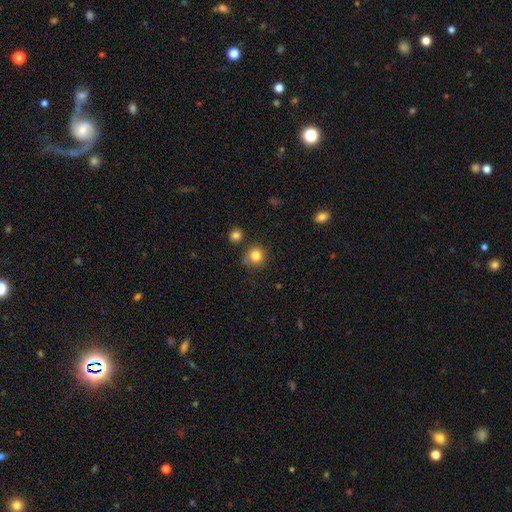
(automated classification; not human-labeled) Smooth or featured? Predicted: smooth (p=0.82). How rounded? Predicted: round (p=0.90). Merging? Predicted: none (p=0.74).